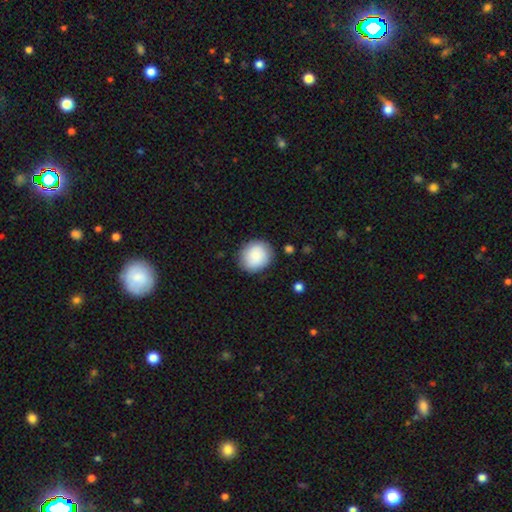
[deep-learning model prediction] Morphology: type=smooth (87%); roundness=round (80%); merging=none (85%).